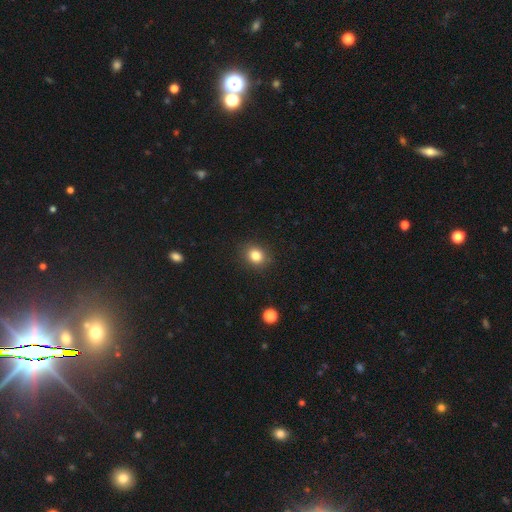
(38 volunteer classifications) smooth_or_featured: smooth (p=0.84) [alt: featured or disk p=0.08]
how_rounded: round (p=0.59) [alt: in between p=0.41]
merging: none (p=0.94) [alt: minor disturbance p=0.06]